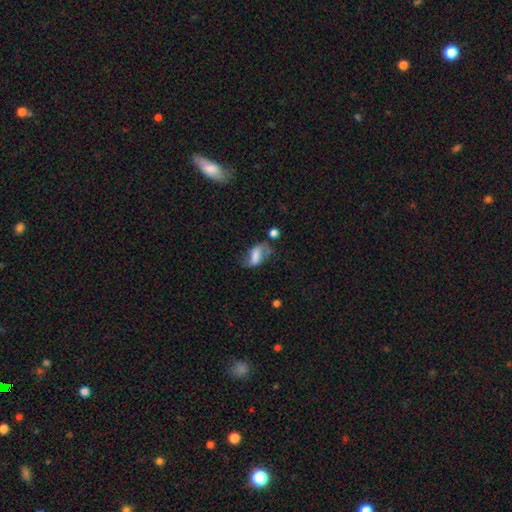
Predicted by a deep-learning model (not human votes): This appears to be a smooth galaxy with no disk features (48%). Merging: none (41%).